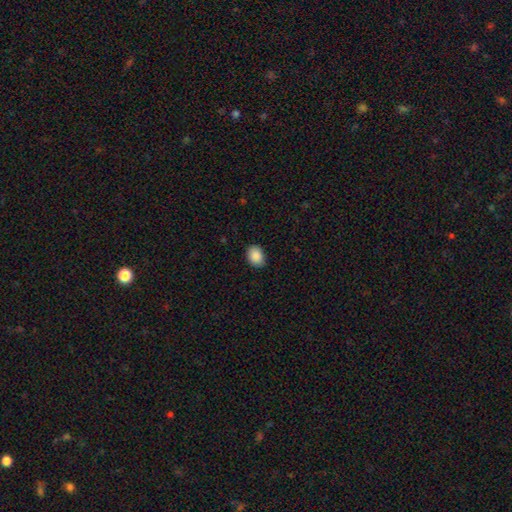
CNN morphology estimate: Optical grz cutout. It shows a smooth galaxy with no disk features (89%) that is in between round and cigar-shaped (69%). Merging: none (86%).